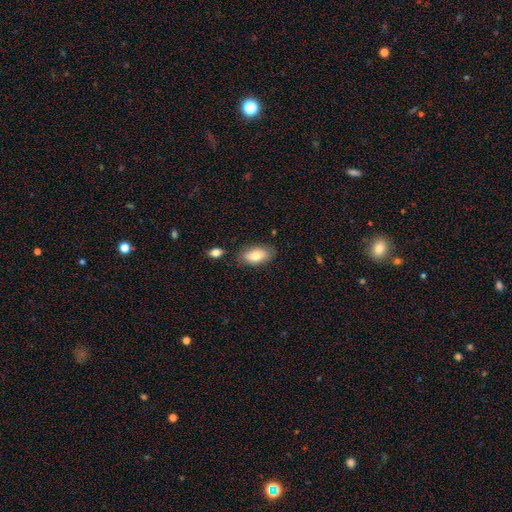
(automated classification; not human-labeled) smooth_or_featured: smooth (p=0.78) [alt: featured or disk p=0.15]
how_rounded: in between (p=0.92) [alt: cigar-shaped p=0.04]
merging: none (p=0.78) [alt: minor disturbance p=0.15]